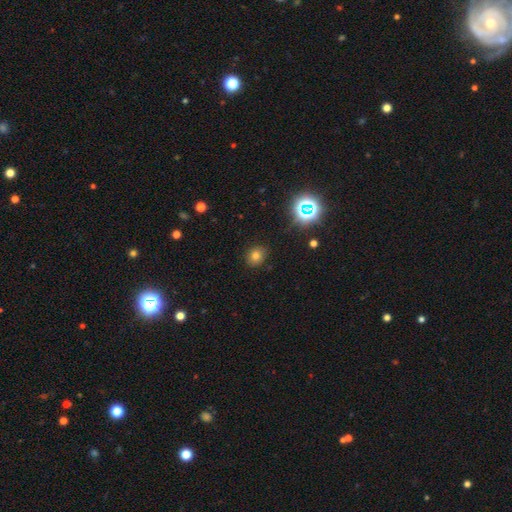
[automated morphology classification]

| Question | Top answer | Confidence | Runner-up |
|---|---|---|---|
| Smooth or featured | smooth | 73% | star or artifact (19%) |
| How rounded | round | 71% | in between (28%) |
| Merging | none | 87% | minor disturbance (9%) |